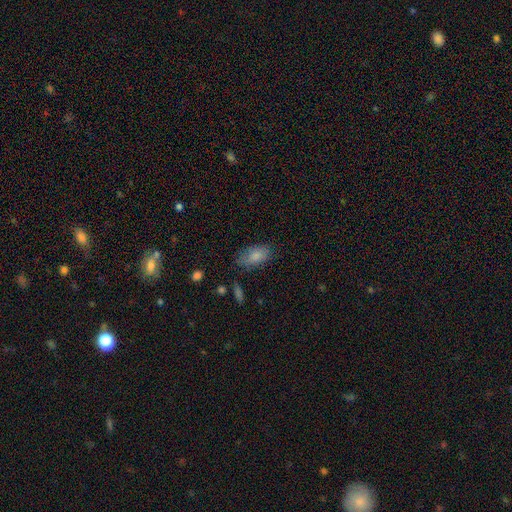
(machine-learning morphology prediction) smooth 83%, featured or disk 9%, star or artifact 7%. Down the decision tree: how rounded — in between (92%); merging — none (72%).